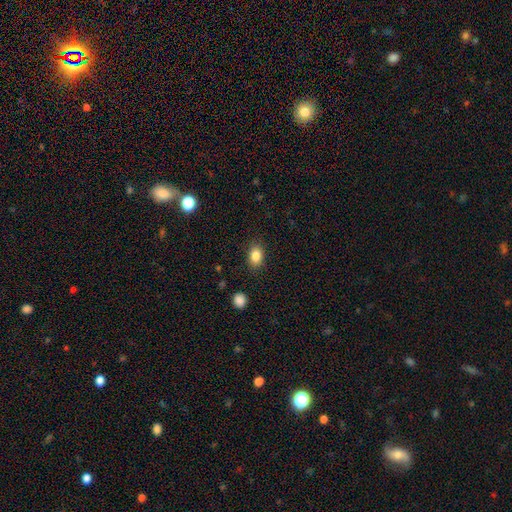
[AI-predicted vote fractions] A smooth galaxy with no disk features (85%) that is in between round and cigar-shaped (78%). Merging: none (86%).